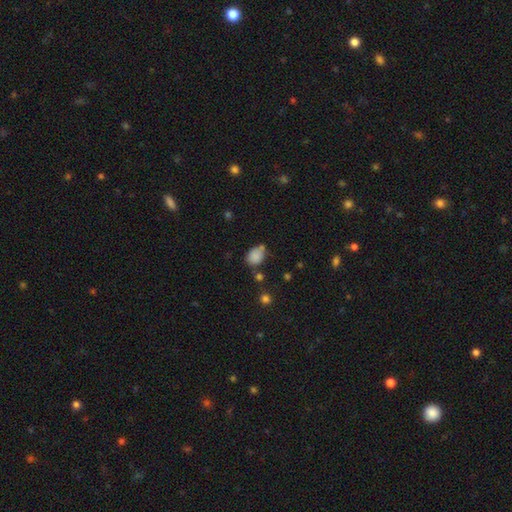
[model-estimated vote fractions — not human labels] Overall: smooth (83%). How rounded: in between (60%; round 38%). Merging: none (55%; minor disturbance 25%).